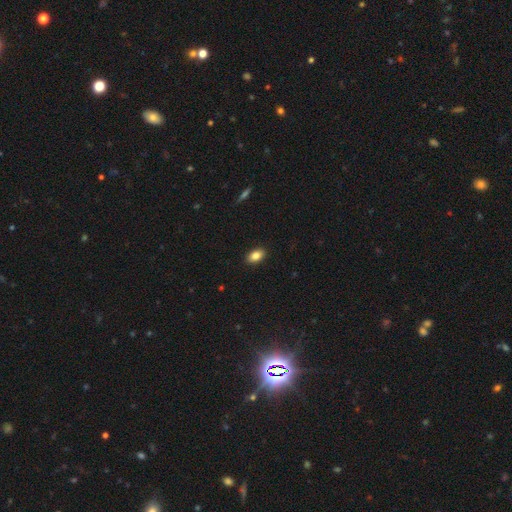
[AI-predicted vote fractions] This is clearly a smooth galaxy (85%). How rounded: clearly in between (90%). Merging: clearly none (89%).